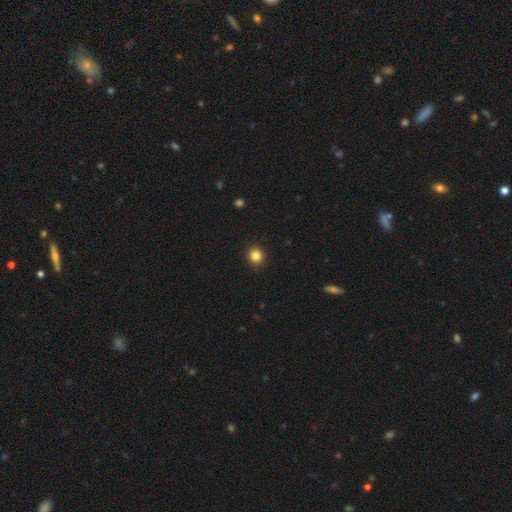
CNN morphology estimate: smooth 85%, star or artifact 11%, featured or disk 4%. Down the decision tree: how rounded — round (90%); merging — none (91%).